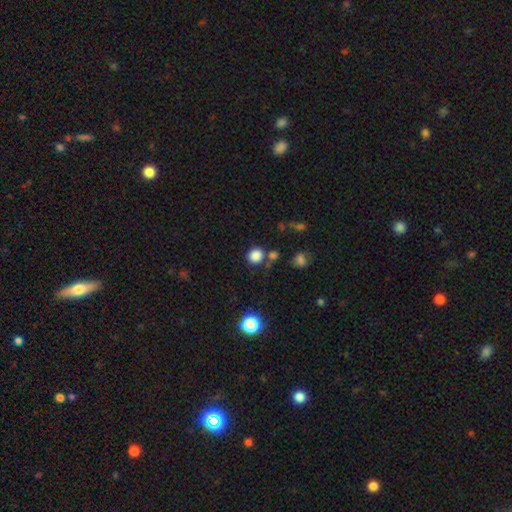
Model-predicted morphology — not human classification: Smooth or featured? smooth (83%)
How rounded? round (83%)
Merging? none (76%)